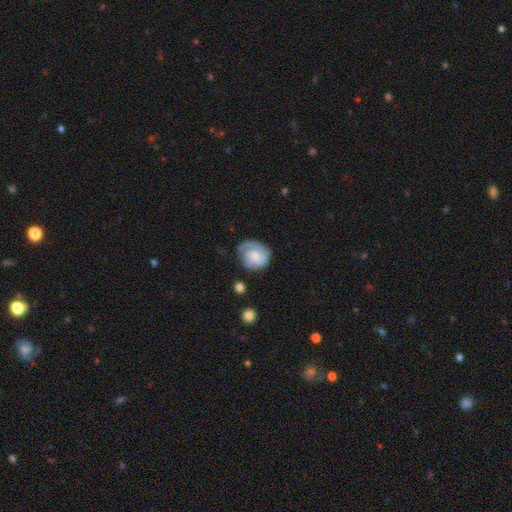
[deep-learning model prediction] Smooth or featured? Predicted: featured or disk (p=0.58). Edge-on disk? Predicted: no (p=0.98). Bar? Predicted: no (p=0.55). Spiral arms? Predicted: yes (p=0.89). Spiral winding? Predicted: tight (p=0.49). Spiral arm count? Predicted: 2 (p=0.37). Bulge size? Predicted: small (p=0.41). Merging? Predicted: none (p=0.59).